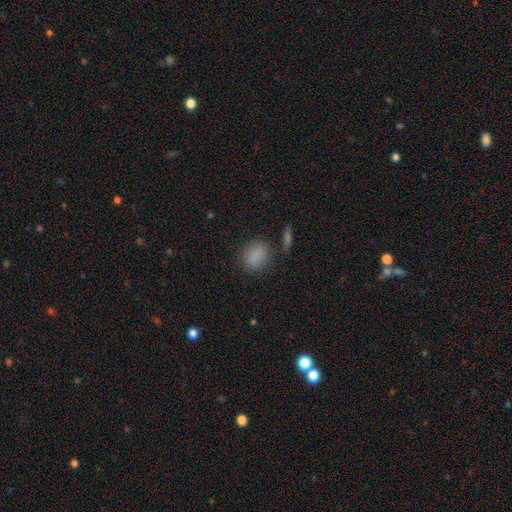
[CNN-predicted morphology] Smooth or featured? Predicted: smooth (p=0.84). How rounded? Predicted: round (p=0.55). Merging? Predicted: none (p=0.77).